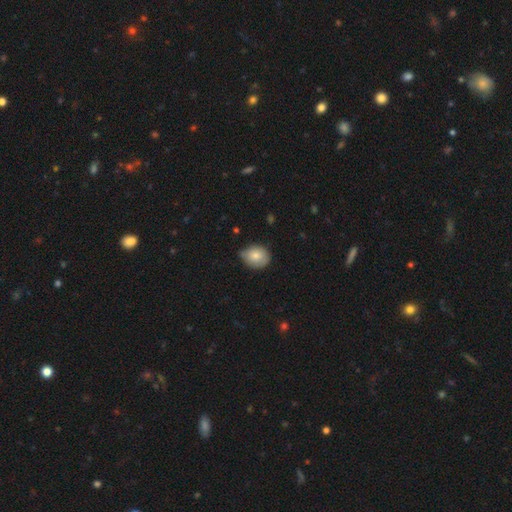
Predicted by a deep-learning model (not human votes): A smooth galaxy with no disk features (79%) that is round (56%). Merging: none (57%).